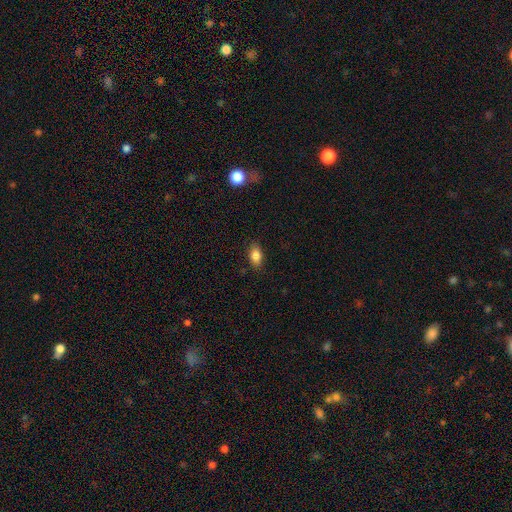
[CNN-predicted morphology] smooth-or-featured: smooth: 84% | star or artifact: 8% | featured or disk: 7%
  how-rounded: in between: 88% | round: 7% | cigar-shaped: 4%
  merging: none: 85% | minor disturbance: 11% | major disturbance: 3% | merger: 1%